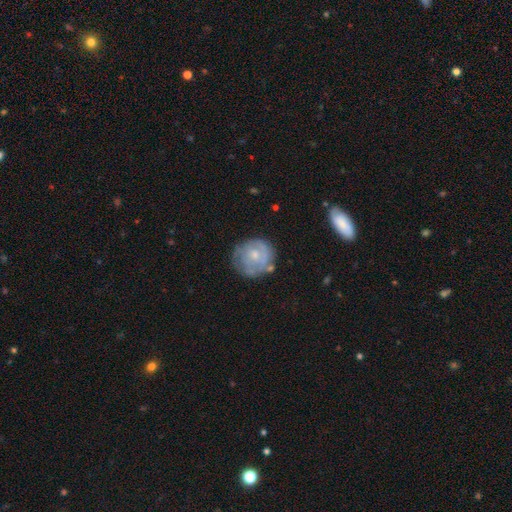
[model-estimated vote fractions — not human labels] A featured or disk galaxy (56%) with no bar (78%), spiral arms (60%) and a small central bulge (51%). Merging: none (66%).